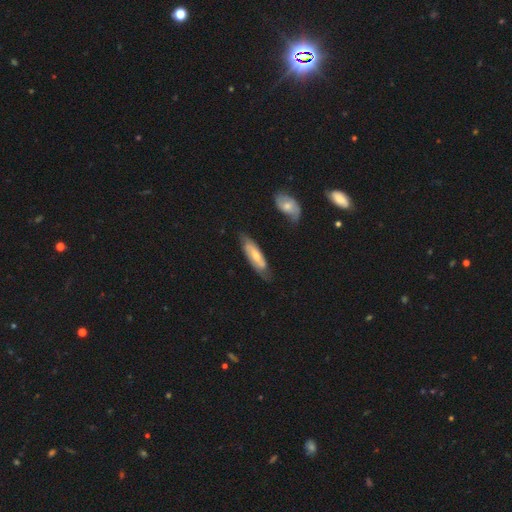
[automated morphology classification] Smooth or featured?
  - featured or disk: 52% *
  - smooth: 43%
  - star or artifact: 6%
Edge-on disk?
  - no: 73% *
  - yes: 27%
Merging?
  - none: 70% *
  - minor disturbance: 20%
  - major disturbance: 6%
  - merger: 4%